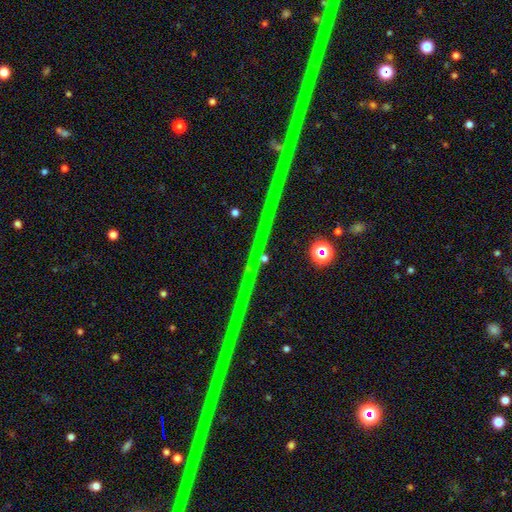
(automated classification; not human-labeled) Smooth or featured: star or artifact — 87% (featured or disk — 8%)